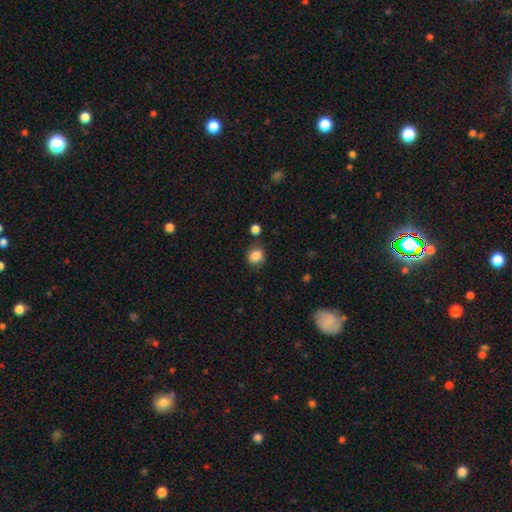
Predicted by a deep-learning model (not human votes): Overall: smooth (86%). How rounded: round (75%). Merging: none (78%).